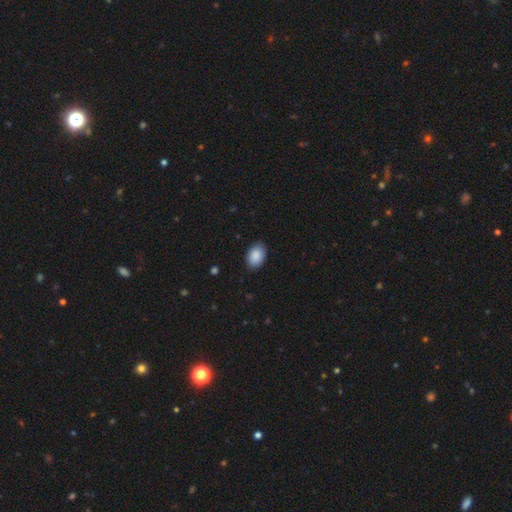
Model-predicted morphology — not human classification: Smooth or featured? smooth (89%)
How rounded? in between (88%)
Merging? none (86%)